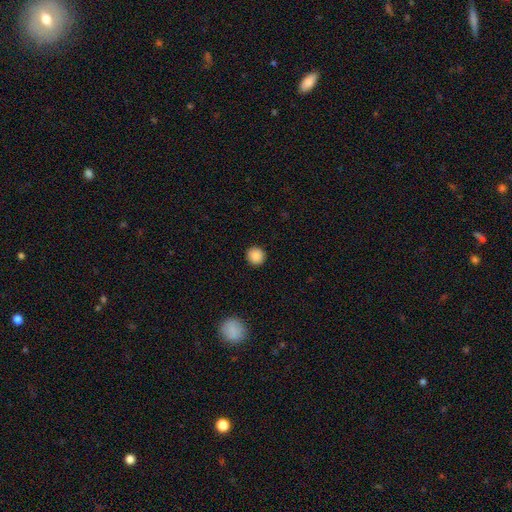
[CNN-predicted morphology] smooth-or-featured: smooth: 88% | star or artifact: 9% | featured or disk: 3%
  how-rounded: round: 94% | in between: 5% | cigar-shaped: 1%
  merging: none: 92% | minor disturbance: 5% | major disturbance: 2% | merger: 1%